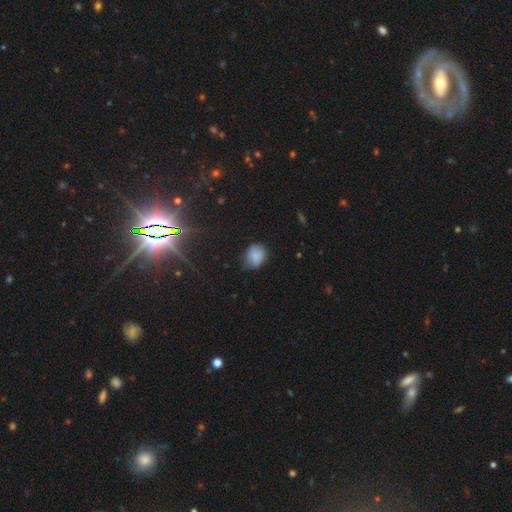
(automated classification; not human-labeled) smooth_or_featured: smooth (p=0.83) [alt: star or artifact p=0.10]
how_rounded: round (p=0.50) [alt: in between p=0.49]
merging: none (p=0.64) [alt: minor disturbance p=0.29]